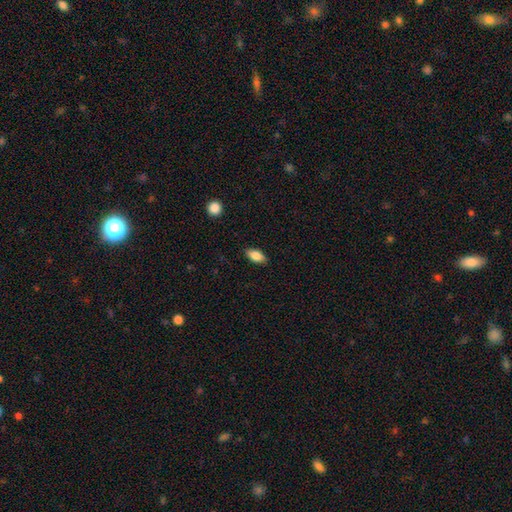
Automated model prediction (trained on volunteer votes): Morphology: type=smooth (84%); roundness=in between (89%); merging=none (87%).